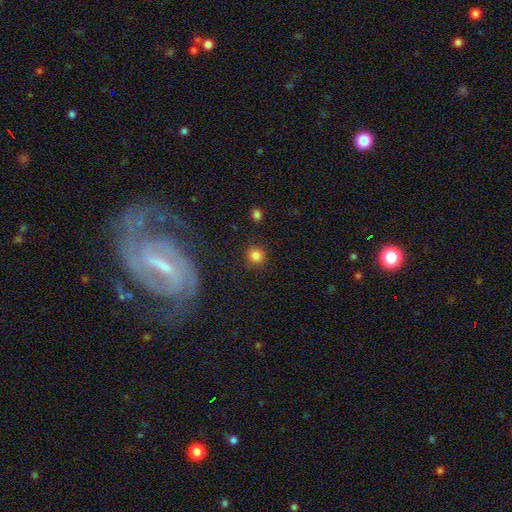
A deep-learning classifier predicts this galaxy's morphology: smooth 83%, star or artifact 11%, featured or disk 5%. Down the decision tree: how rounded — round (91%); merging — none (88%).